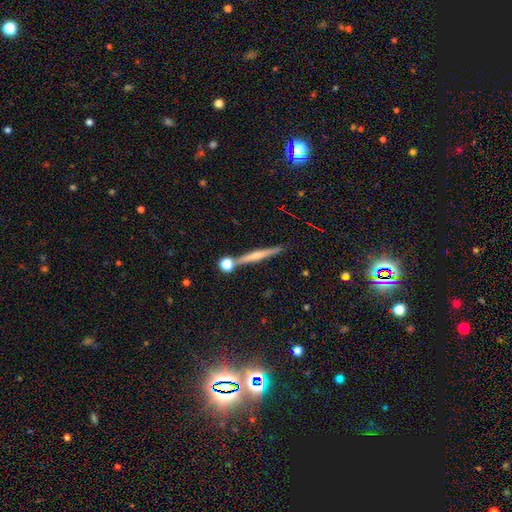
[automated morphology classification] Smooth or featured? featured or disk (49%)
Merging? none (81%)